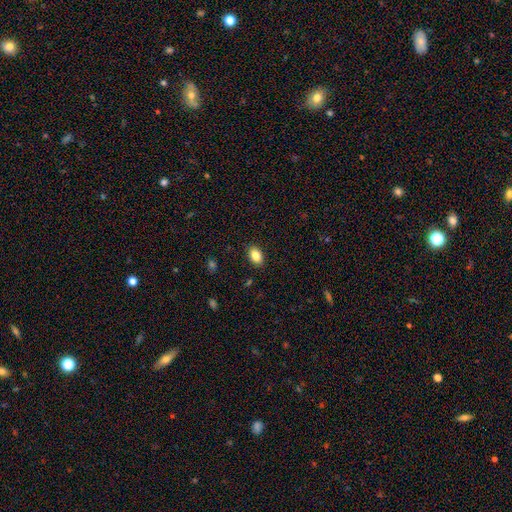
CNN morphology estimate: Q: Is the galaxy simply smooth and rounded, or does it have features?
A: smooth — 85%.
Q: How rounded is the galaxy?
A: in between — 88%.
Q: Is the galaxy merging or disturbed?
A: none — 88%.